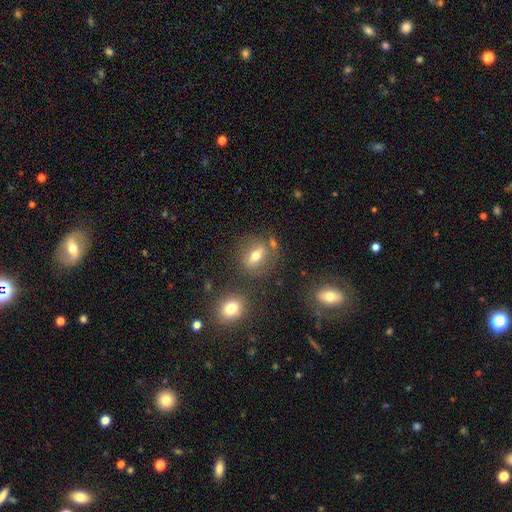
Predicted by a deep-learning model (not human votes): Overall: smooth (53%; featured or disk 35%). How rounded: in between (56%; round 32%). Merging: none (71%).